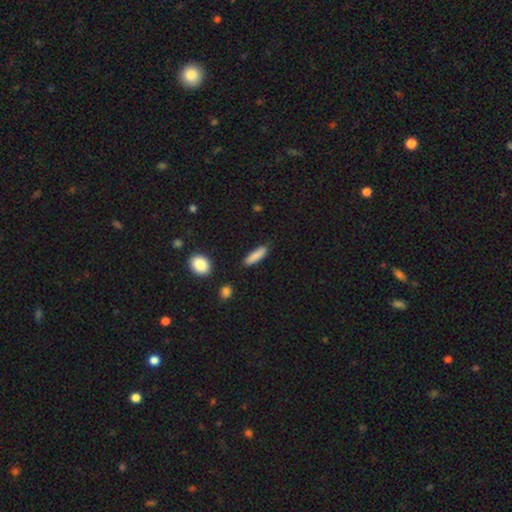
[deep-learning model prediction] This is clearly a smooth galaxy (85%). How rounded: likely cigar-shaped (67%). Merging: clearly none (84%).